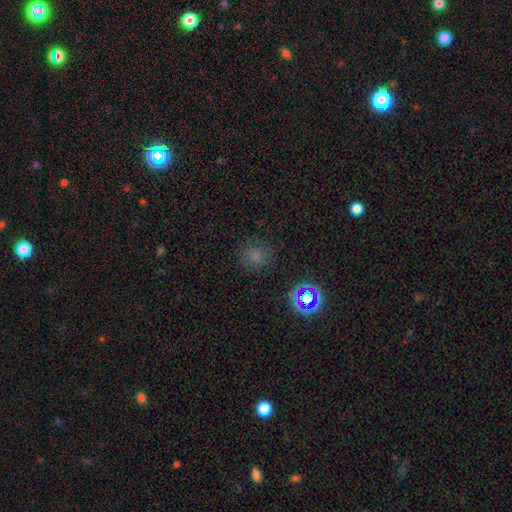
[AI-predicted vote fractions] smooth_or_featured: smooth (p=0.71) [alt: star or artifact p=0.23]
how_rounded: round (p=0.89) [alt: in between p=0.10]
merging: none (p=0.85) [alt: minor disturbance p=0.10]